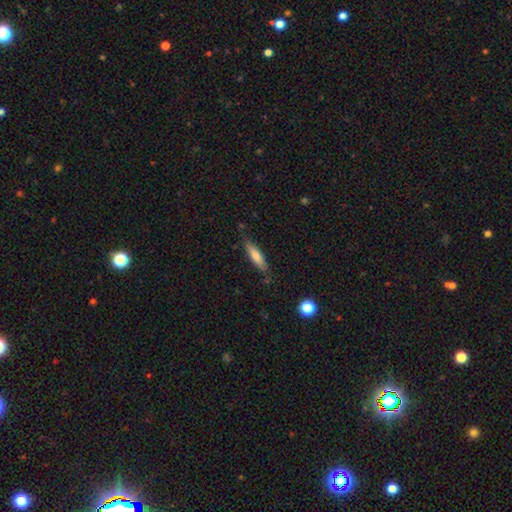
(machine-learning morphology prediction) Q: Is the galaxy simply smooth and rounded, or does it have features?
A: smooth — 68%.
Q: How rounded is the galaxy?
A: cigar-shaped — 73%.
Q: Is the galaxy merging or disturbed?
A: none — 78%.